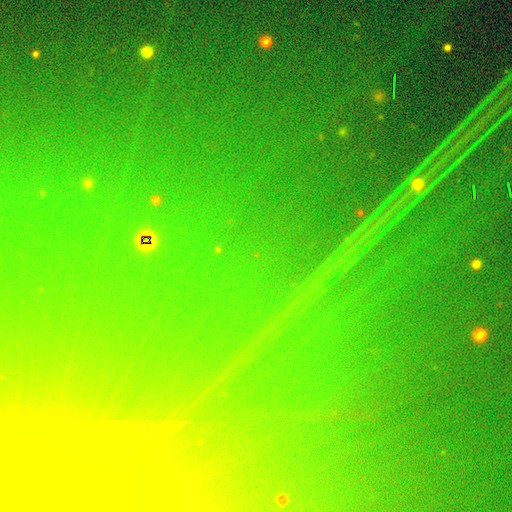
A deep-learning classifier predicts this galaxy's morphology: A star or artifact, not a galaxy (86%).